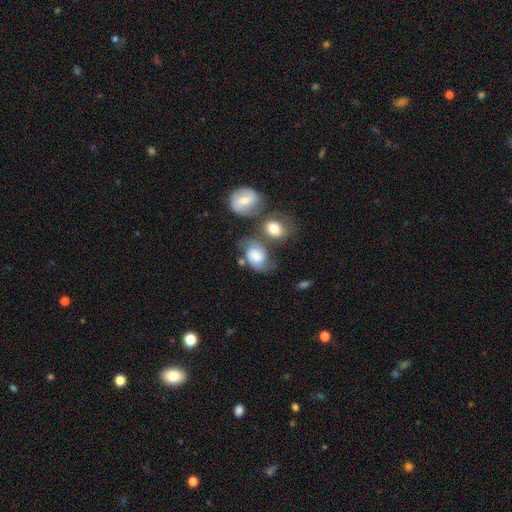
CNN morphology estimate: Smooth or featured? smooth (46%, tied with featured or disk)
Merging? none (43%)